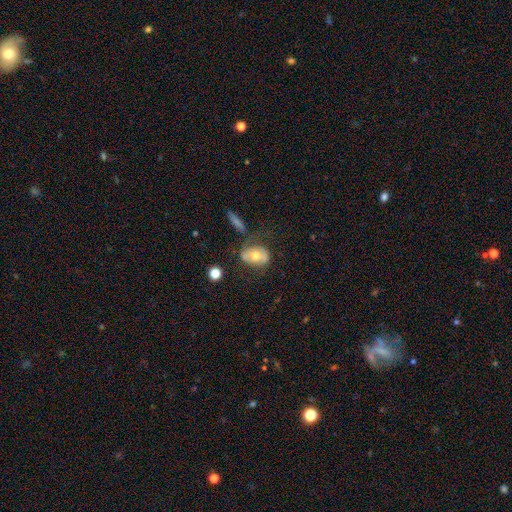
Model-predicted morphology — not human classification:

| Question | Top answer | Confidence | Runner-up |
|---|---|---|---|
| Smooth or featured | smooth | 52% | featured or disk (40%) |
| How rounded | in between | 75% | round (23%) |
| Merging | none | 52% | minor disturbance (23%) |